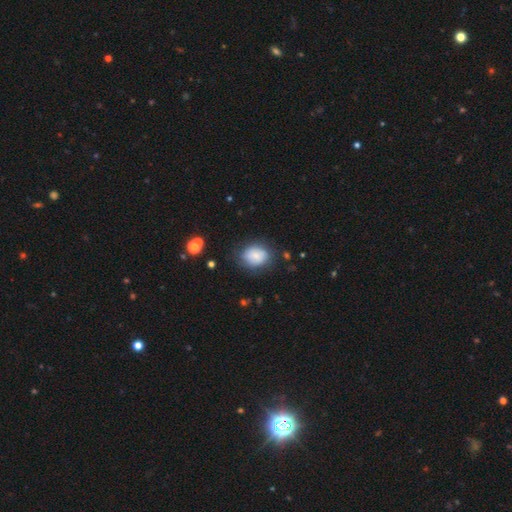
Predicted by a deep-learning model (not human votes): A smooth galaxy with no disk features (75%) that is in between round and cigar-shaped (50%).

Vote fractions:
- Smooth or featured? smooth: 75% / featured or disk: 16% / star or artifact: 9%
- How rounded? in between: 50% / round: 49% / cigar-shaped: 1%
- Merging? none: 70% / minor disturbance: 20% / major disturbance: 8% / merger: 2%